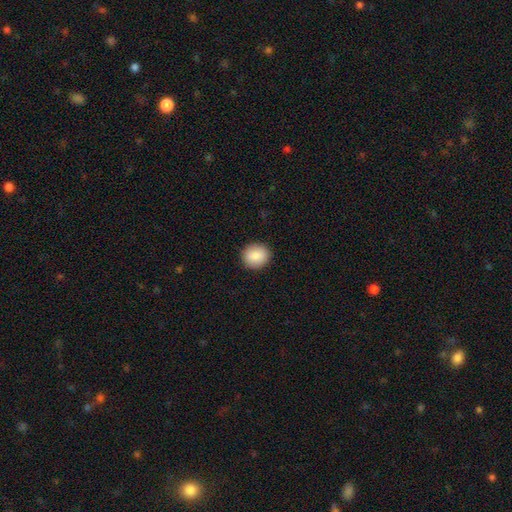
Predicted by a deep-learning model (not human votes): Morphology: type=smooth (88%); roundness=round (81%); merging=none (91%).